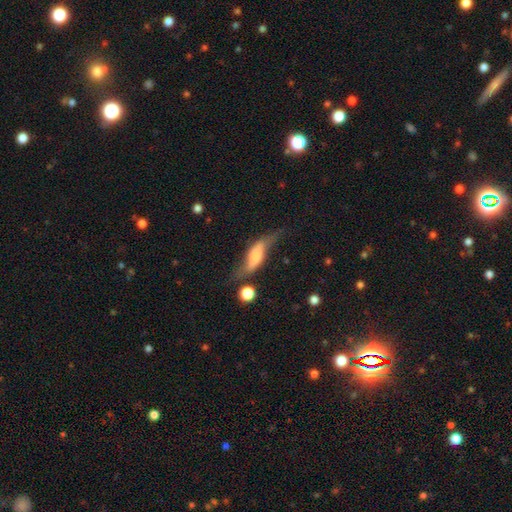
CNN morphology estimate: Smooth or featured? Predicted: featured or disk (p=0.57). Edge-on disk? Predicted: no (p=0.61). Merging? Predicted: none (p=0.48).